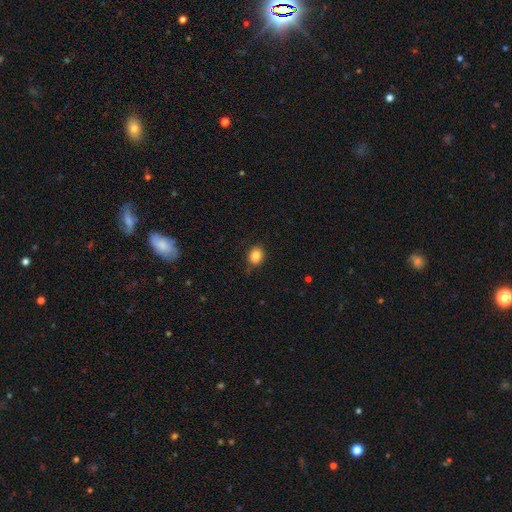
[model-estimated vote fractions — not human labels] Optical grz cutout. It shows a smooth galaxy with no disk features (84%) that is round (64%). Merging: none (83%).